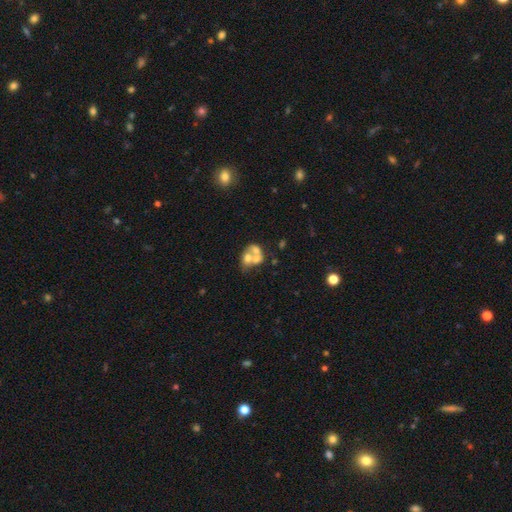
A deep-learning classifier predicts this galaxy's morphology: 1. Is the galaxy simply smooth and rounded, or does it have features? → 46% smooth, 43% featured or disk, 11% star or artifact.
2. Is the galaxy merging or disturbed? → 67% merger, 19% none, 7% major disturbance, 7% minor disturbance.